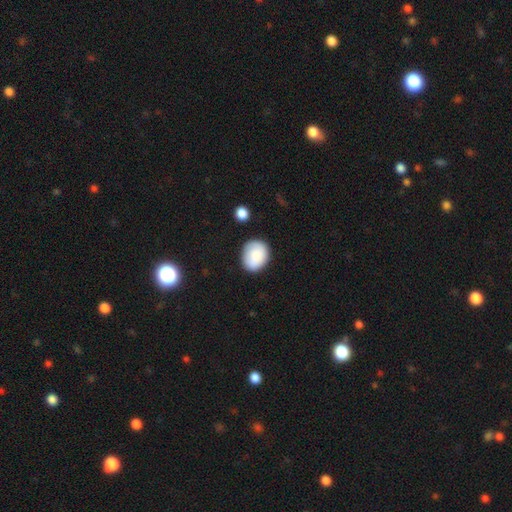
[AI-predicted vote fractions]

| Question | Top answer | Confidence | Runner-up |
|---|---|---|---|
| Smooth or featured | smooth | 84% | featured or disk (9%) |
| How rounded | round | 60% | in between (40%) |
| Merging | none | 78% | minor disturbance (15%) |